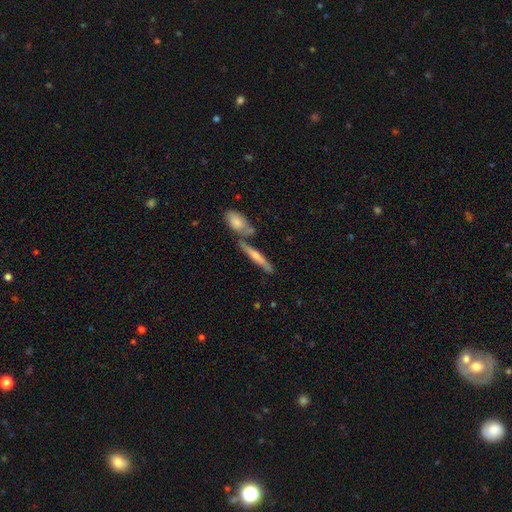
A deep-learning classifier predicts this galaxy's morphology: This is possibly a featured or disk galaxy (51%). It is clearly viewed edge-on (91%). Merging: likely none (62%).